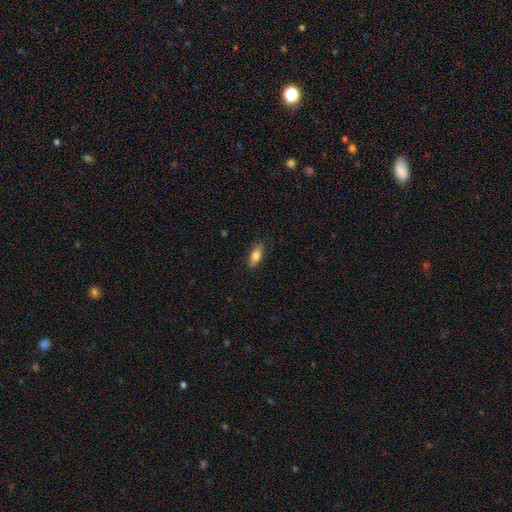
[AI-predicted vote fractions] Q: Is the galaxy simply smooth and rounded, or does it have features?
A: smooth — 80%.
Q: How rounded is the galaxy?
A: in between — 77%.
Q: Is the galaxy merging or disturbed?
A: none — 84%.